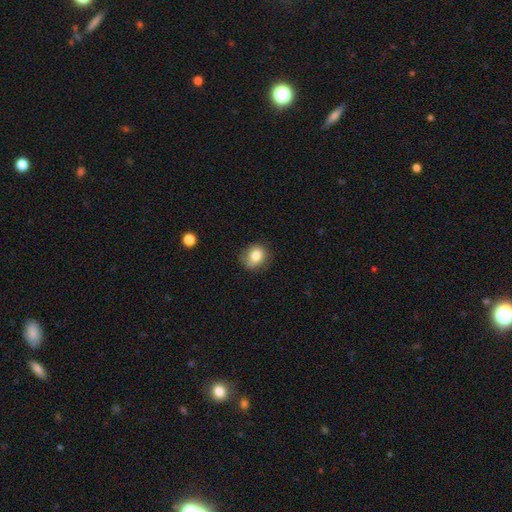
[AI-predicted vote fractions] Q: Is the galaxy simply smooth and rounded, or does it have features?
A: smooth — 81%.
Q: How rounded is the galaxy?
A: round — 64%.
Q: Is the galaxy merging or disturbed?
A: none — 73%.